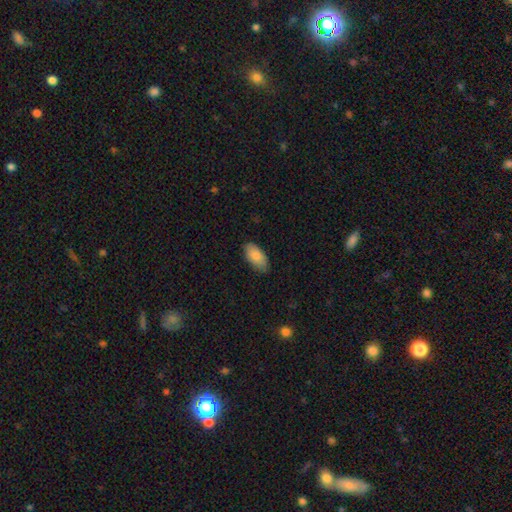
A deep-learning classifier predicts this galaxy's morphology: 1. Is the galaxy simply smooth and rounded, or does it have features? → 85% smooth, 9% featured or disk, 6% star or artifact.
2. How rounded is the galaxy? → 94% in between, 4% cigar-shaped, 2% round.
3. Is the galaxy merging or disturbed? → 82% none, 14% minor disturbance, 2% major disturbance, 1% merger.